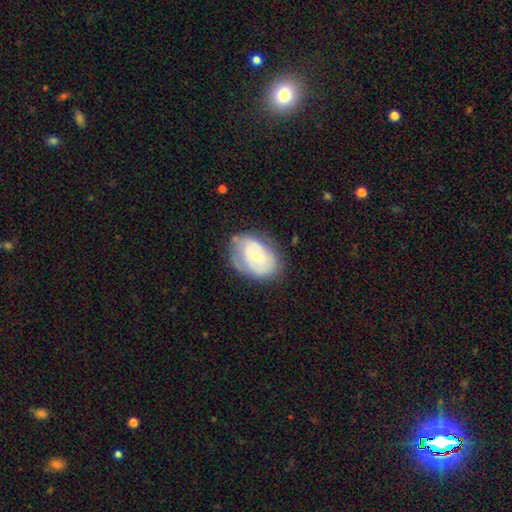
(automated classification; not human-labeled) featured or disk 55%, smooth 38%, star or artifact 7%. Down the decision tree: edge-on disk — no (95%); bar — no (77%); spiral arms — yes (51%); bulge size — small (52%); merging — none (65%).